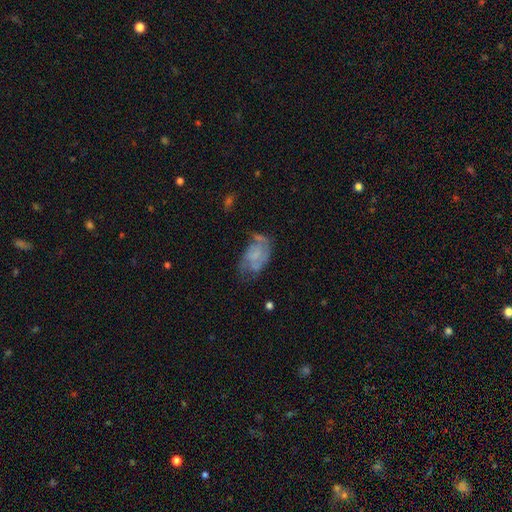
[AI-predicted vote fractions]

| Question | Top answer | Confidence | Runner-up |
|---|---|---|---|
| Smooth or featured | featured or disk | 56% | smooth (35%) |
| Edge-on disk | no | 97% | yes (3%) |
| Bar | no | 71% | weak (24%) |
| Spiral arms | yes | 67% | no (33%) |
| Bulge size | none | 61% | small (20%) |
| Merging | none | 42% | minor disturbance (29%) |